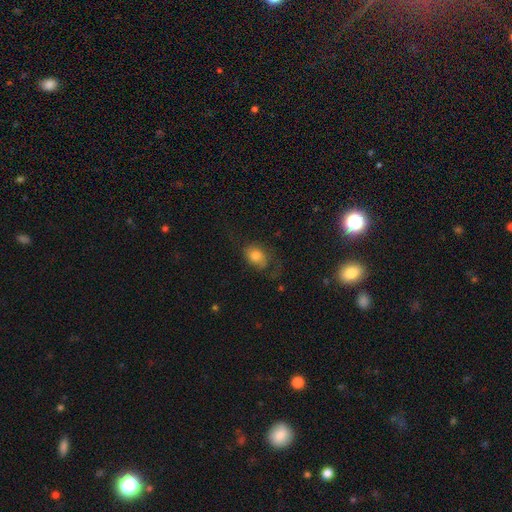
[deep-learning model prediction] This appears to be a smooth galaxy with no disk features (69%) that is in between round and cigar-shaped (66%). Merging: none (47%).